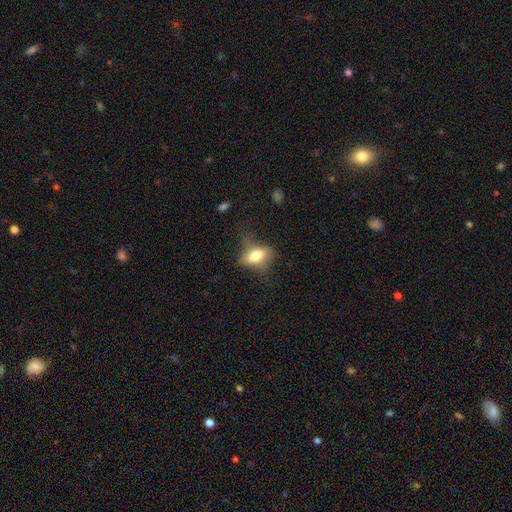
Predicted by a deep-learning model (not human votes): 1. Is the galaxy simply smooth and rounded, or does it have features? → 67% smooth, 24% featured or disk, 9% star or artifact.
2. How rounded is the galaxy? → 82% in between, 10% cigar-shaped, 9% round.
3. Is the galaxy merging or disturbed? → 55% none, 26% minor disturbance, 17% major disturbance, 2% merger.